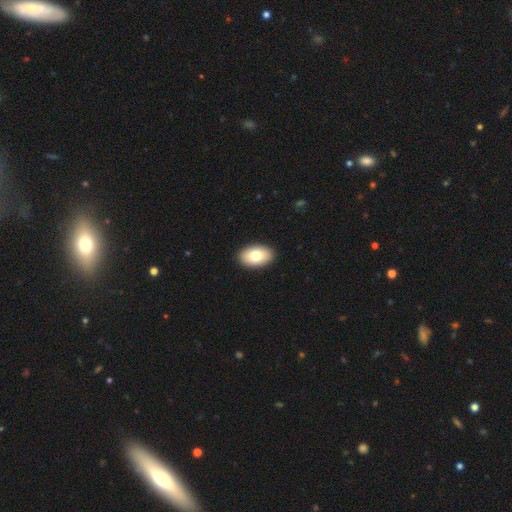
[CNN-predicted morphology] smooth-or-featured: smooth: 77% | featured or disk: 16% | star or artifact: 7%
  how-rounded: in between: 92% | round: 6% | cigar-shaped: 1%
  merging: none: 91% | minor disturbance: 6% | major disturbance: 2% | merger: 1%